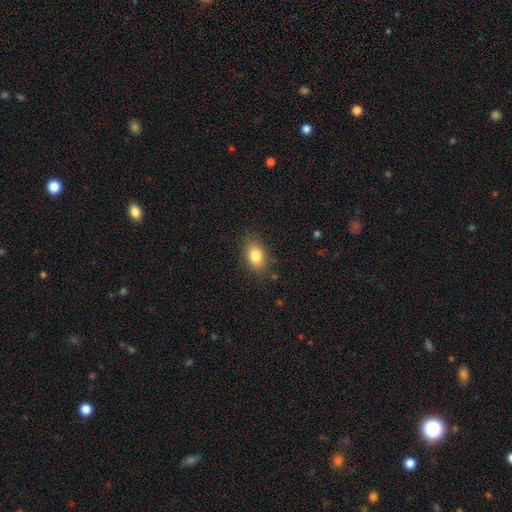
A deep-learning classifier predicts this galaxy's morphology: This is clearly a smooth galaxy (82%). How rounded: clearly in between (84%). Merging: clearly none (82%).